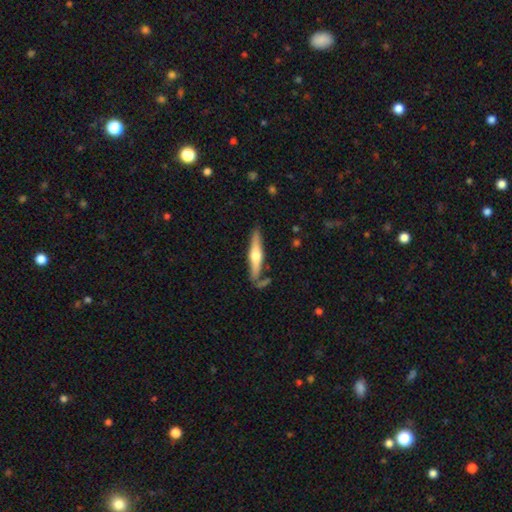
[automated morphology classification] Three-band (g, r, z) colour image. It shows a featured or disk galaxy (58%) viewed edge-on (95%) with a rounded central bulge (93%). Merging: none (80%).